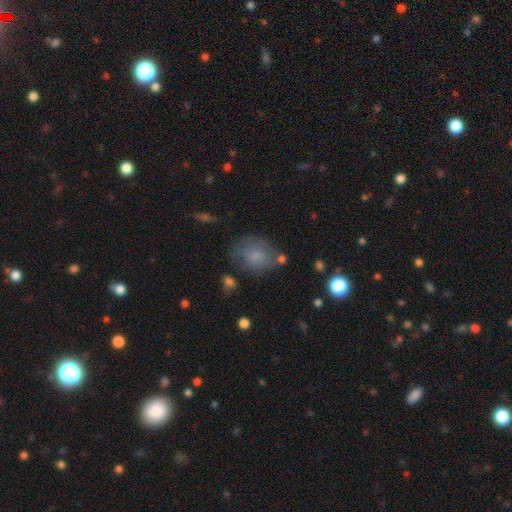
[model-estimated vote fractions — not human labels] A smooth galaxy with no disk features (68%) that is in between round and cigar-shaped (51%).

Vote fractions:
- Smooth or featured? smooth: 68% / featured or disk: 21% / star or artifact: 11%
- How rounded? in between: 51% / round: 48% / cigar-shaped: 1%
- Merging? none: 57% / minor disturbance: 25% / major disturbance: 13% / merger: 5%